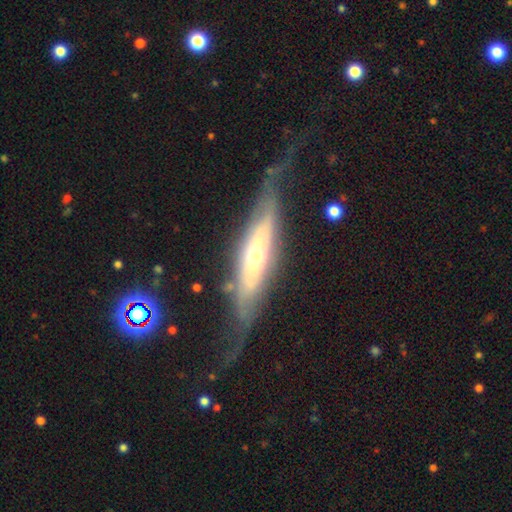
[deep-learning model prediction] featured or disk 74%, smooth 20%, star or artifact 6%. Down the decision tree: edge-on disk — yes (55%); merging — none (54%).